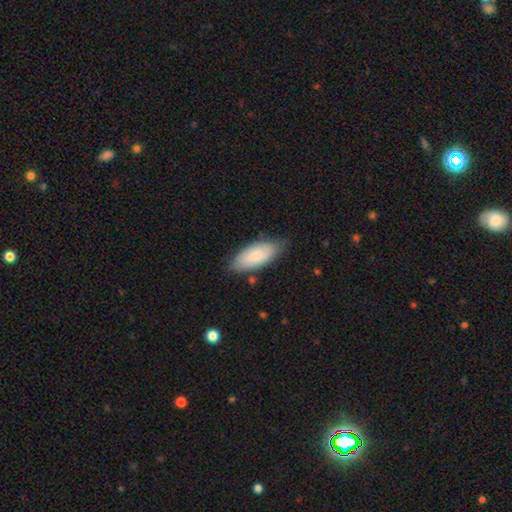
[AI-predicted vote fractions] A smooth galaxy with no disk features (78%) that is in between round and cigar-shaped (85%). Merging: none (76%).